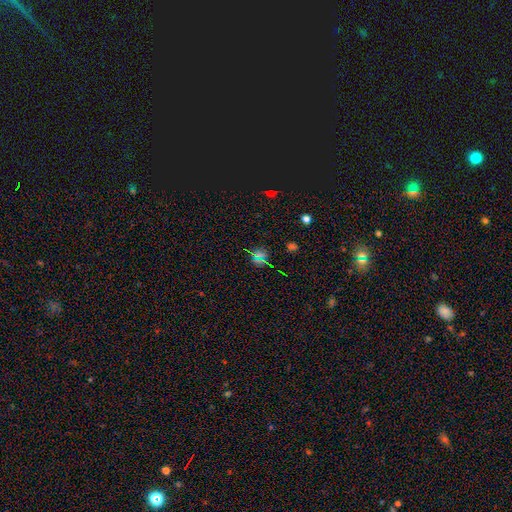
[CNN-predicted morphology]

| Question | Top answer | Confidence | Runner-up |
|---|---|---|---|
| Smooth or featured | star or artifact | 64% | smooth (26%) |